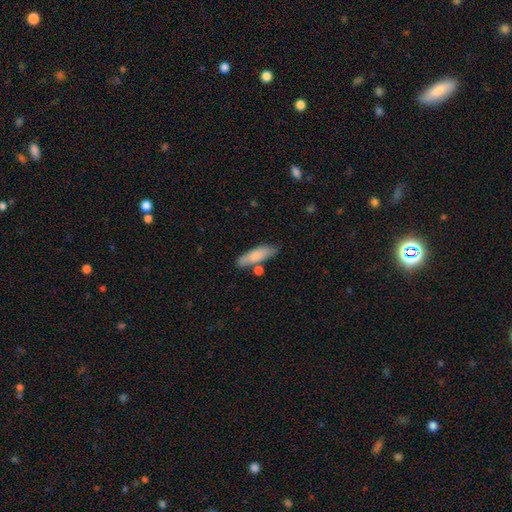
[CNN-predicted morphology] Smooth or featured? Predicted: smooth (p=0.80). How rounded? Predicted: cigar-shaped (p=0.53). Merging? Predicted: none (p=0.67).